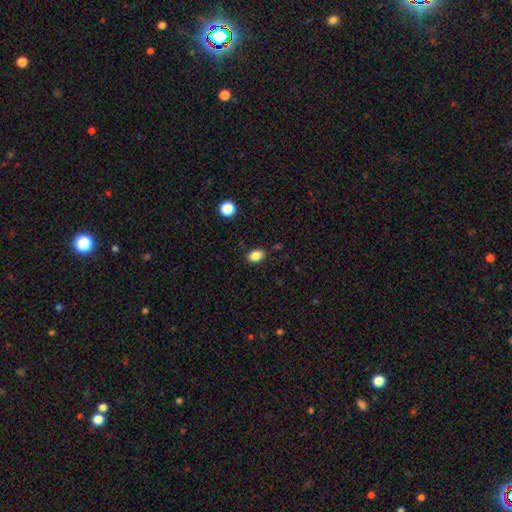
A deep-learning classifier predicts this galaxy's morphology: Smooth or featured? Predicted: smooth (p=0.85). How rounded? Predicted: in between (p=0.78). Merging? Predicted: none (p=0.84).